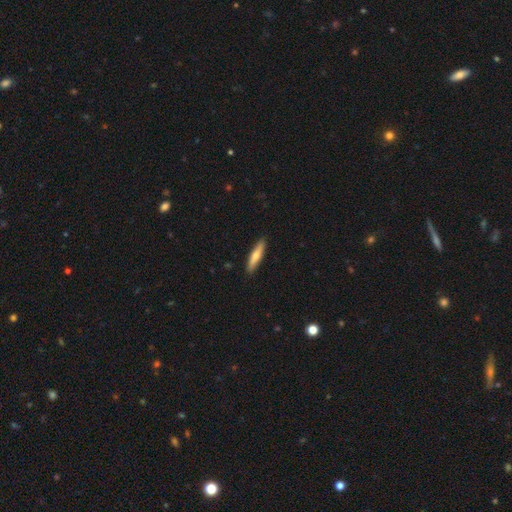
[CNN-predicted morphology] A smooth galaxy with no disk features (62%) that is cigar-shaped (82%). Merging: none (90%).